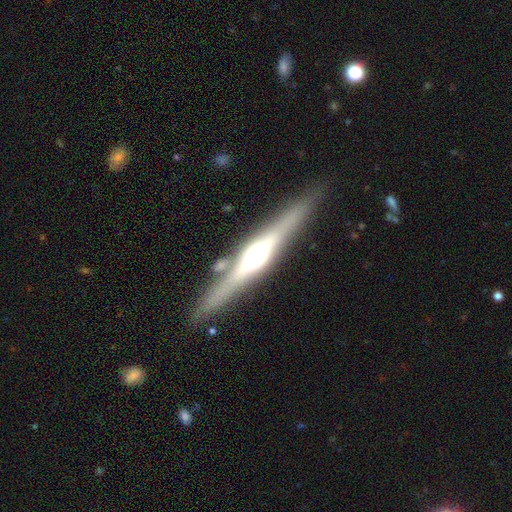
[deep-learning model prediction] This is likely a featured or disk galaxy (75%). It is clearly viewed edge-on (96%). Edge-on bulge: clearly rounded (88%). Merging: clearly none (84%).